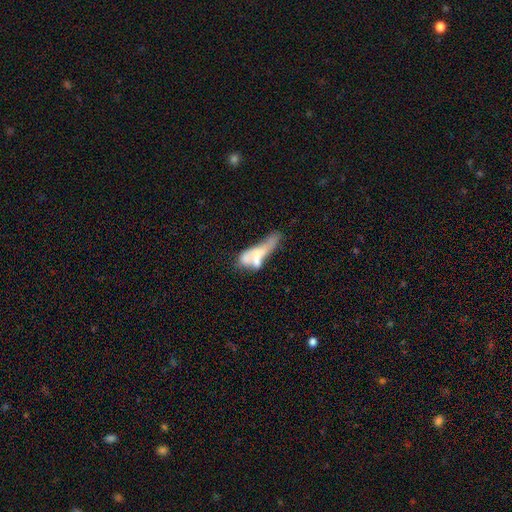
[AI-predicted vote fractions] smooth-or-featured: smooth: 48% | featured or disk: 42% | star or artifact: 10%
  merging: merger: 49% | major disturbance: 25% | none: 14% | minor disturbance: 12%